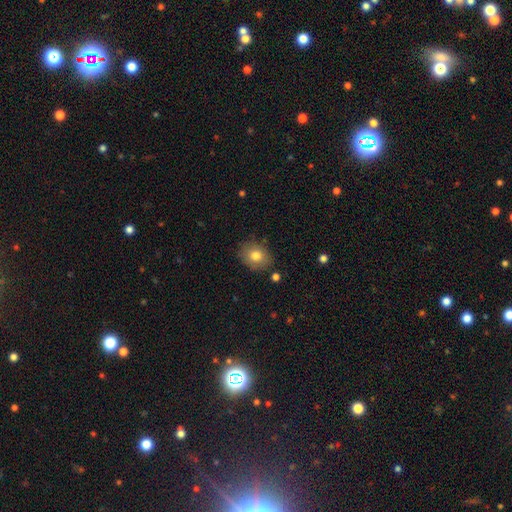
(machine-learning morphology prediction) Smooth or featured: smooth — 79% (featured or disk — 12%)
How rounded: in between — 51% (round — 48%)
Merging: none — 83% (minor disturbance — 12%)